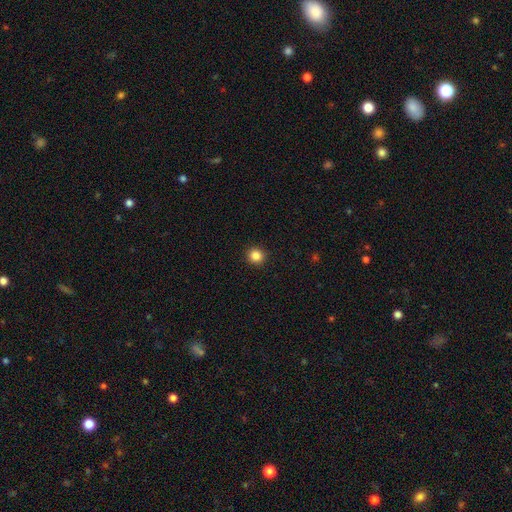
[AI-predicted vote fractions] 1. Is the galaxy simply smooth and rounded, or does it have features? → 85% smooth, 11% star or artifact, 4% featured or disk.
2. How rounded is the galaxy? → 93% round, 6% in between, 1% cigar-shaped.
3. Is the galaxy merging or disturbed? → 93% none, 5% minor disturbance, 2% major disturbance, 1% merger.